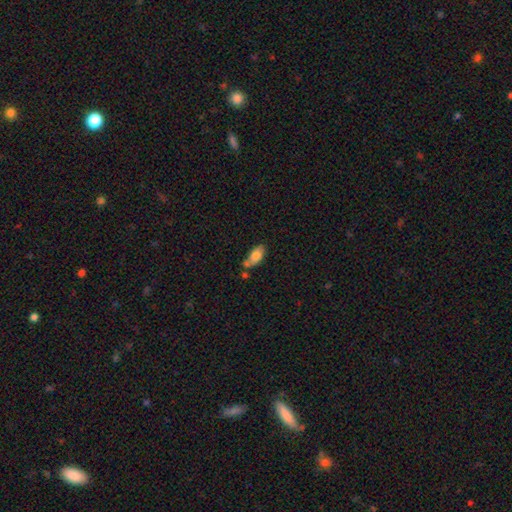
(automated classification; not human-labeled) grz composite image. It shows a smooth galaxy with no disk features (80%) that is in between round and cigar-shaped (89%). Merging: none (46%).